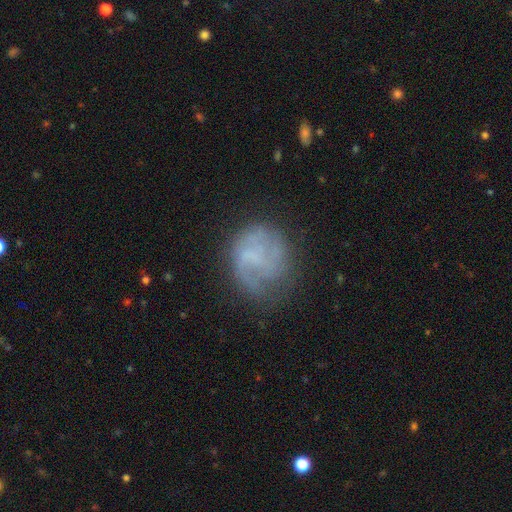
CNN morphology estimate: This is possibly a featured or disk galaxy (55%). It is clearly not viewed edge-on (98%). Bar: likely no (67%). Spiral arm pattern: likely yes (64%). Central bulge: likely none (61%). Merging: possibly none (56%).